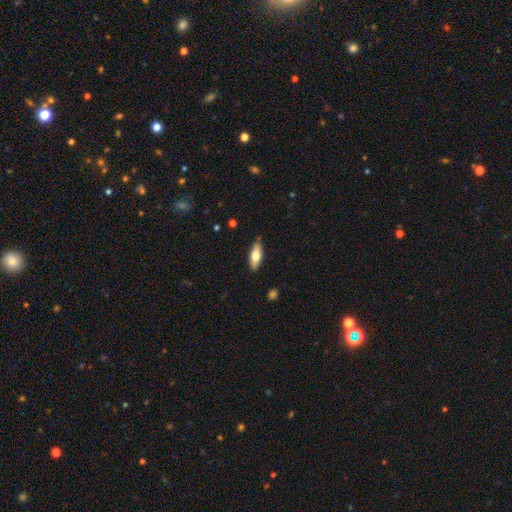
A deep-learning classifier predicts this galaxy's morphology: Smooth or featured? smooth (65%)
How rounded? in between (69%)
Merging? none (85%)